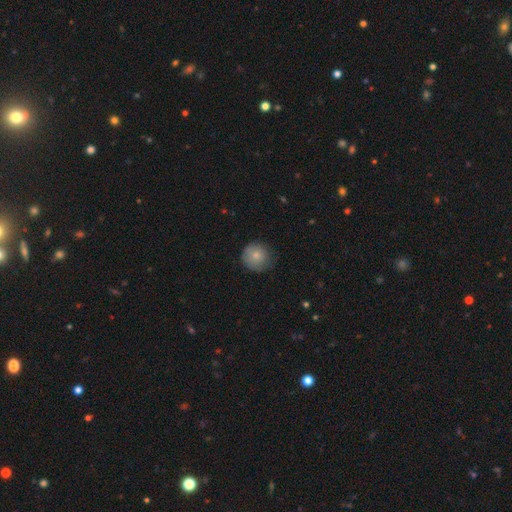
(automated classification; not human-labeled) Smooth or featured: smooth — 80% (featured or disk — 12%)
How rounded: round — 94% (in between — 5%)
Merging: none — 75% (minor disturbance — 19%)